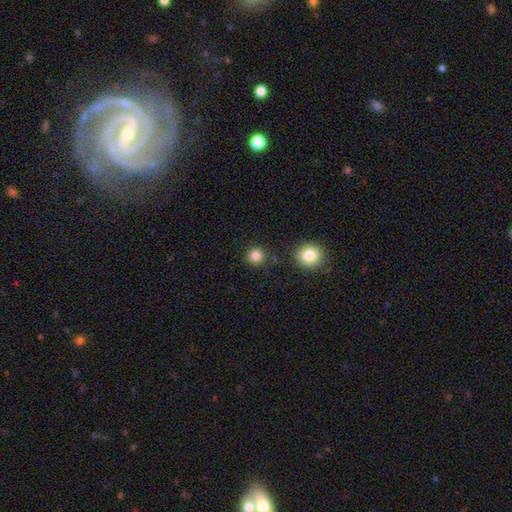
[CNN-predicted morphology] A smooth galaxy with no disk features (84%) that is round (92%). Merging: none (87%).